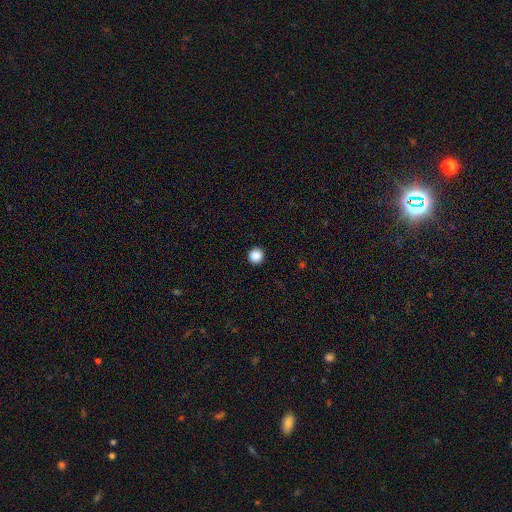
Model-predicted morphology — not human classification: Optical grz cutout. It shows a smooth galaxy with no disk features (88%) that is round (95%). Merging: none (93%).